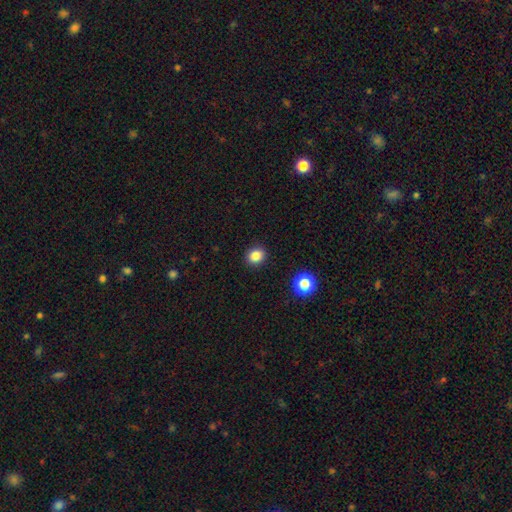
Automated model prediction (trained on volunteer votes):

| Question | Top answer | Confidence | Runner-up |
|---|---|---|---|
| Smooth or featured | smooth | 84% | star or artifact (12%) |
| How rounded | round | 67% | in between (32%) |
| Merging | none | 91% | minor disturbance (6%) |